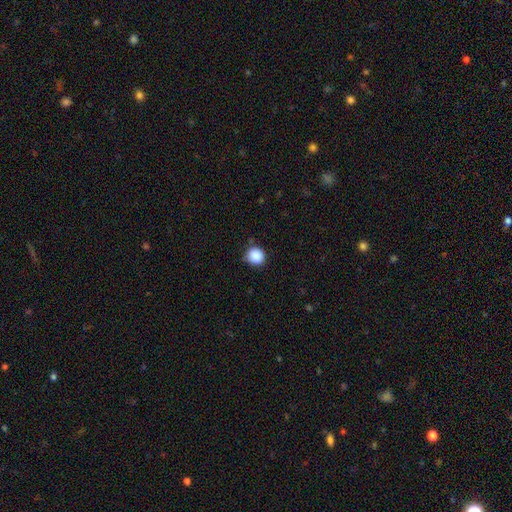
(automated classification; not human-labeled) Smooth or featured? Predicted: smooth (p=0.88). How rounded? Predicted: round (p=0.90). Merging? Predicted: none (p=0.79).